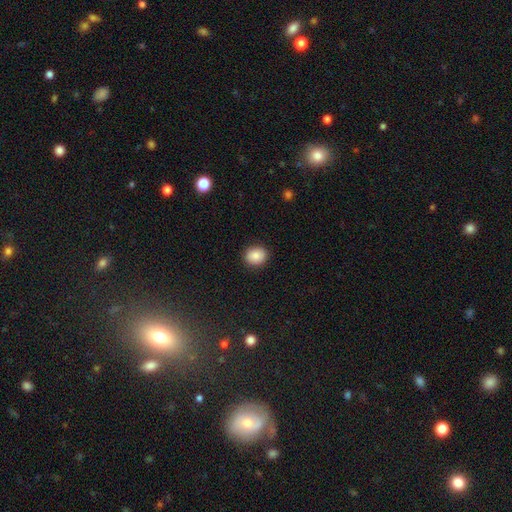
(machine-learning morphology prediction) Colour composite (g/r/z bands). It shows a smooth galaxy with no disk features (86%) that is round (74%). Merging: none (90%).